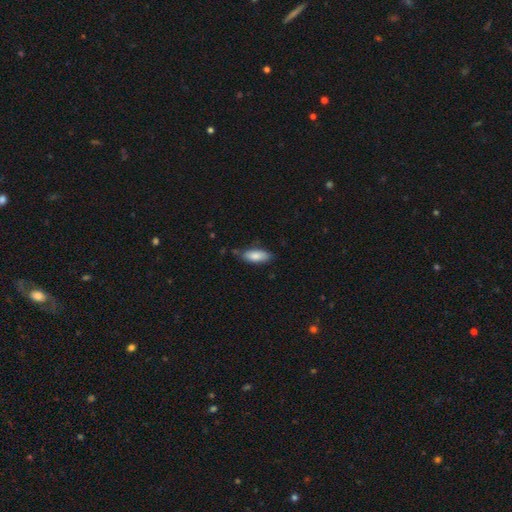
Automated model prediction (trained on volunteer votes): smooth-or-featured: smooth: 84% | featured or disk: 10% | star or artifact: 6%
  how-rounded: in between: 76% | cigar-shaped: 22% | round: 2%
  merging: none: 75% | minor disturbance: 20% | major disturbance: 3% | merger: 2%